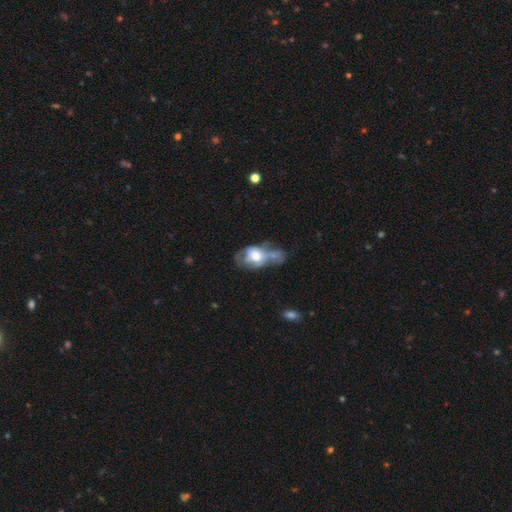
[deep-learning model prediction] Smooth or featured: smooth — 48% (featured or disk — 43%)
Merging: merger — 42% (major disturbance — 27%)